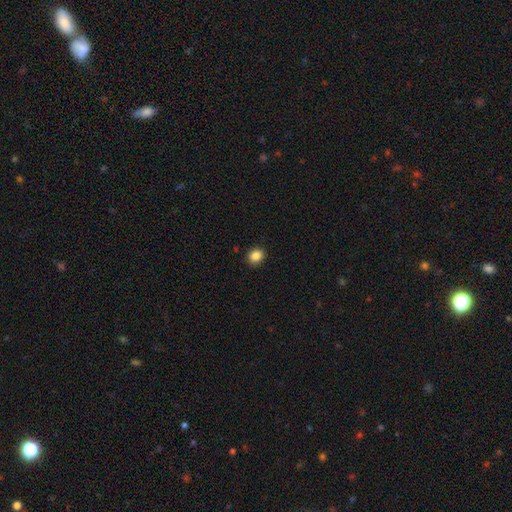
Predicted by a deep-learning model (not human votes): This appears to be a smooth galaxy with no disk features (86%) that is round (69%). Merging: none (90%).